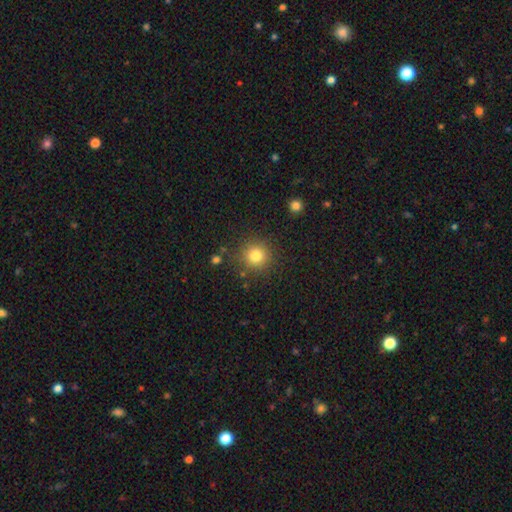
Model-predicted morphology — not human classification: The model was most divided on "smooth or featured": smooth: 81%, star or artifact: 13%, featured or disk: 6%. More confident: how rounded — round (93%); merging — none (86%).